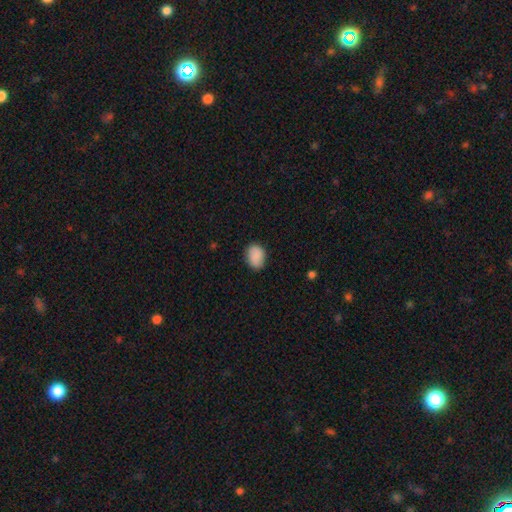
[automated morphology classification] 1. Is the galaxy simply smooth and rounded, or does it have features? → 87% smooth, 7% star or artifact, 6% featured or disk.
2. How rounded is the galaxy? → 70% in between, 29% round, 1% cigar-shaped.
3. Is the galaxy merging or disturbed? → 82% none, 14% minor disturbance, 3% major disturbance, 1% merger.